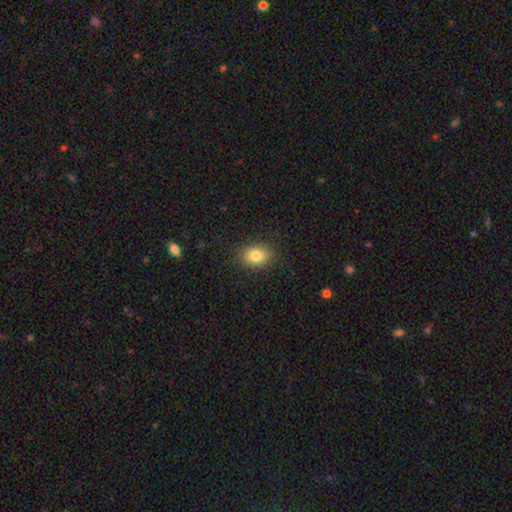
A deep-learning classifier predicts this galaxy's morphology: type=smooth (82%); roundness=in between (63%); merging=none (87%).